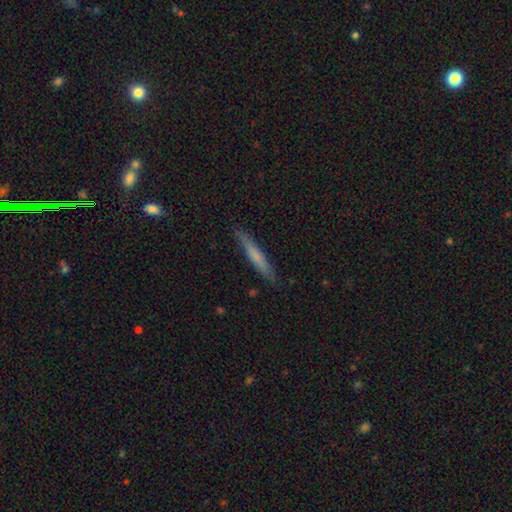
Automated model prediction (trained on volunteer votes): A smooth galaxy with no disk features (62%) that is cigar-shaped (95%). Merging: none (88%).